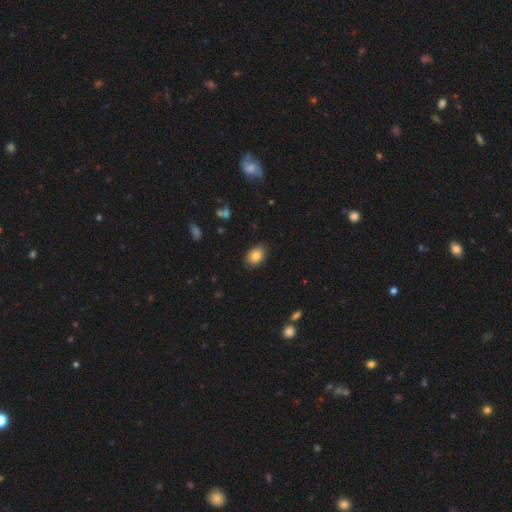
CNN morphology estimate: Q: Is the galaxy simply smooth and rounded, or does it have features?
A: smooth — 83%.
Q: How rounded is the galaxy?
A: in between — 80%.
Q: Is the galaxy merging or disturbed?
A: none — 83%.